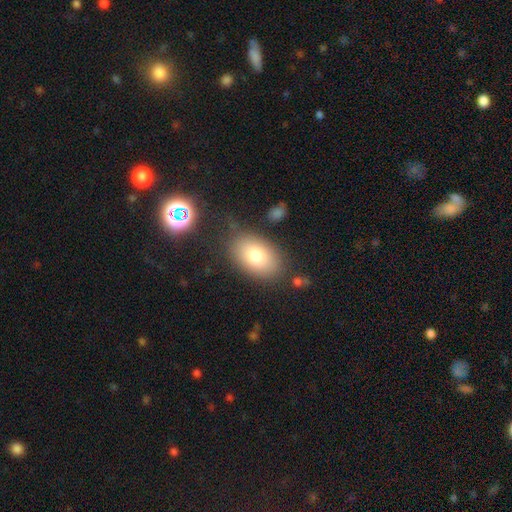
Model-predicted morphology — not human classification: smooth_or_featured: smooth (p=0.78) [alt: featured or disk p=0.13]
how_rounded: in between (p=0.88) [alt: round p=0.11]
merging: none (p=0.79) [alt: minor disturbance p=0.13]